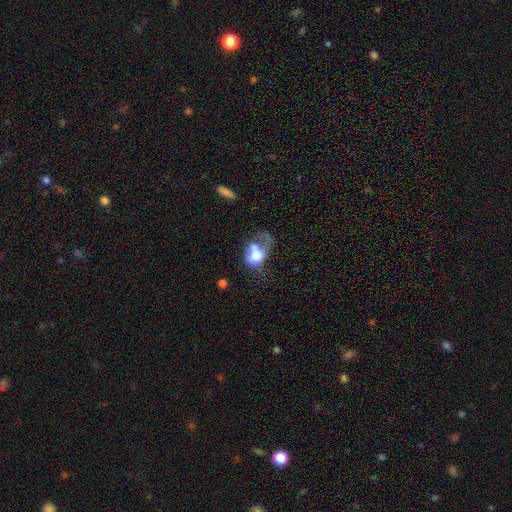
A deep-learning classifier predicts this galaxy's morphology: Smooth or featured: smooth — 60% (featured or disk — 31%)
How rounded: in between — 64% (round — 34%)
Merging: major disturbance — 51% (merger — 18%)